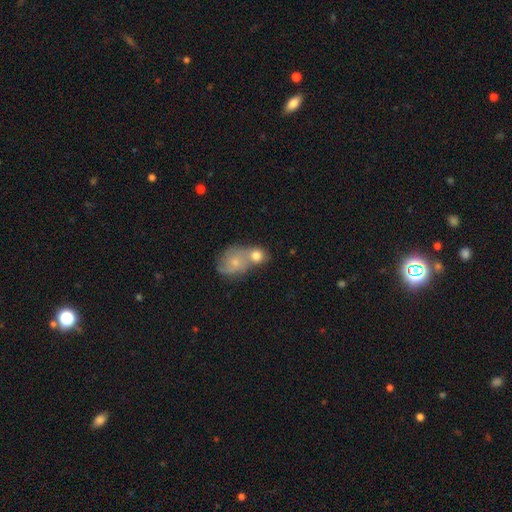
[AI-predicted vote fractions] smooth 69%, featured or disk 23%, star or artifact 8%. Down the decision tree: how rounded — round (67%); merging — merger (56%).